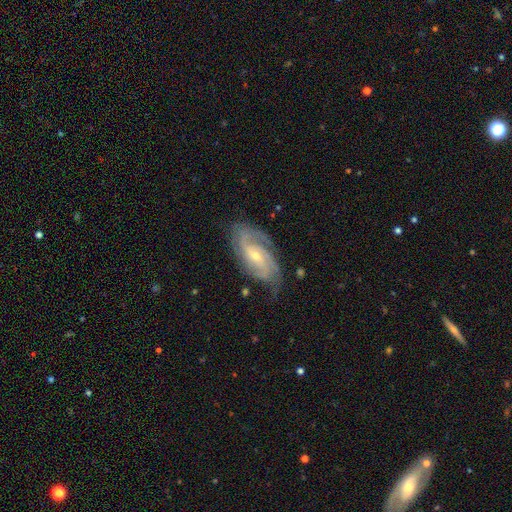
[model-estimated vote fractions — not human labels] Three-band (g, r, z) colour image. It shows a featured or disk galaxy (88%) with no bar (51%), 3 (35%) tight (50%) spiral arms (97%) and a small central bulge (61%). Merging: none (73%).